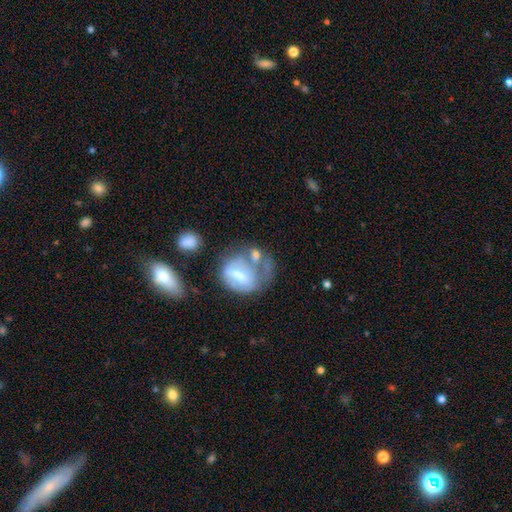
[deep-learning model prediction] The model was most divided on "merging": major disturbance: 30%, merger: 29%, none: 24%, minor disturbance: 17%. Remaining: smooth or featured — featured or disk (49%).